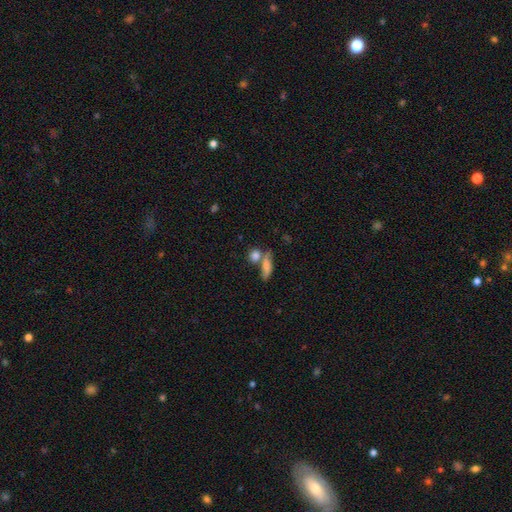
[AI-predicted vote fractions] Morphology: type=smooth (80%); roundness=round (51%); merging=none (48%).